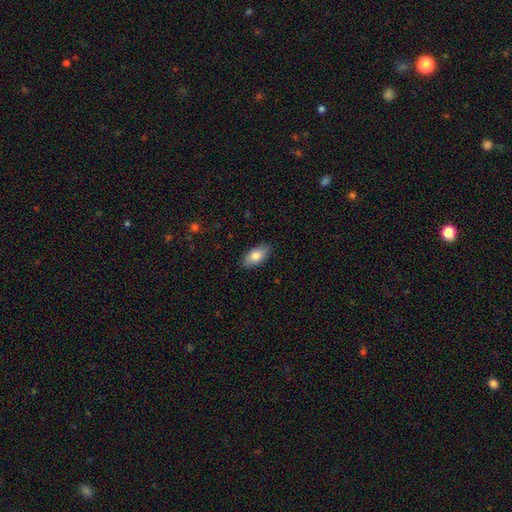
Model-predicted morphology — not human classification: Smooth or featured?
  - smooth: 79% *
  - featured or disk: 14%
  - star or artifact: 7%
How rounded?
  - in between: 91% *
  - cigar-shaped: 5%
  - round: 3%
Merging?
  - none: 88% *
  - minor disturbance: 9%
  - major disturbance: 2%
  - merger: 1%